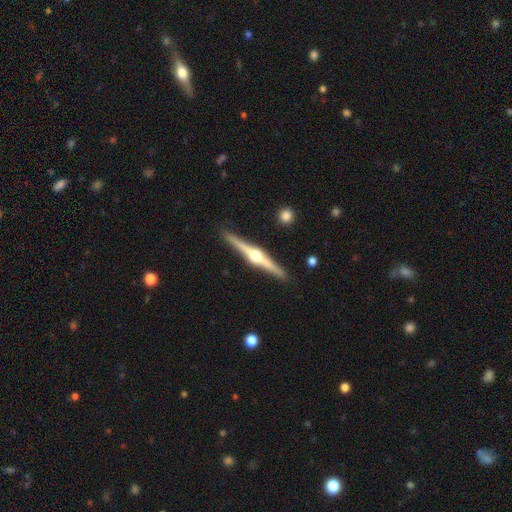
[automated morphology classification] Smooth or featured?
  - featured or disk: 84% *
  - smooth: 11%
  - star or artifact: 5%
Edge-on disk?
  - yes: 98% *
  - no: 2%
Edge-on bulge?
  - rounded: 94% *
  - boxy: 4%
  - none: 2%
Merging?
  - none: 91% *
  - minor disturbance: 6%
  - major disturbance: 1%
  - merger: 1%